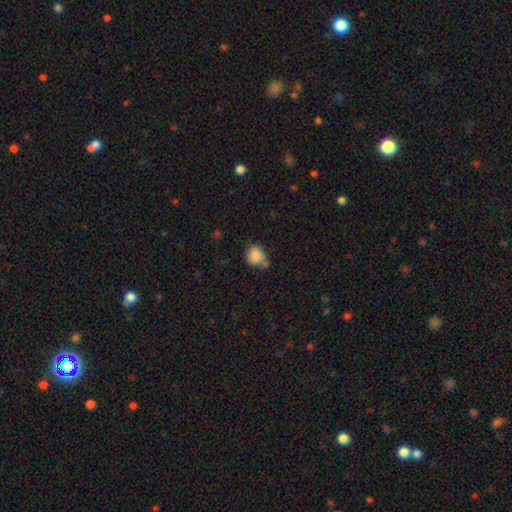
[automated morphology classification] A smooth galaxy with no disk features (81%) that is round (60%). Merging: none (47%).